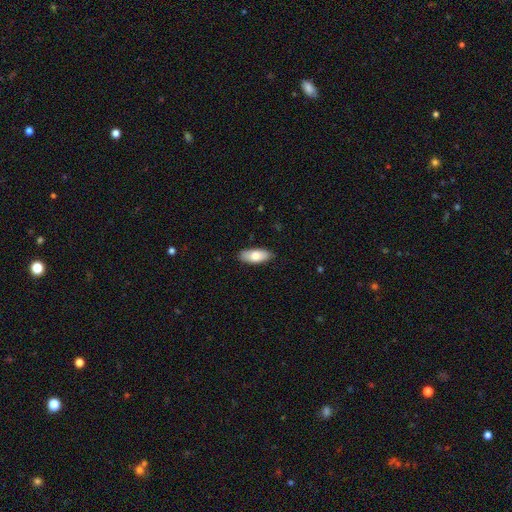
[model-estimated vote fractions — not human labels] Overall: smooth (78%). How rounded: in between (86%). Merging: none (87%).